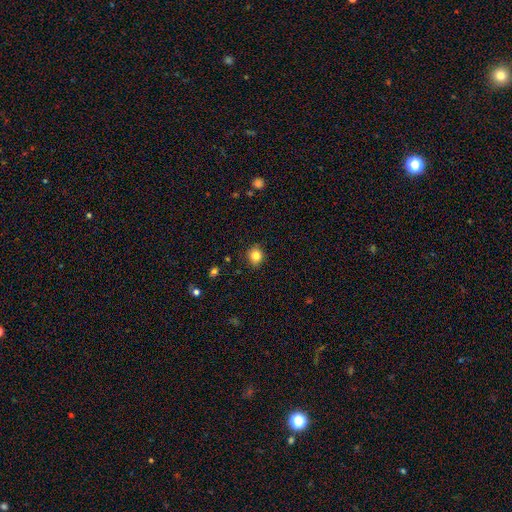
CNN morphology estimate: A smooth galaxy with no disk features (82%) that is round (77%).

Vote fractions:
- Smooth or featured? smooth: 82% / star or artifact: 11% / featured or disk: 6%
- How rounded? round: 77% / in between: 22% / cigar-shaped: 1%
- Merging? none: 88% / minor disturbance: 9% / major disturbance: 2% / merger: 1%